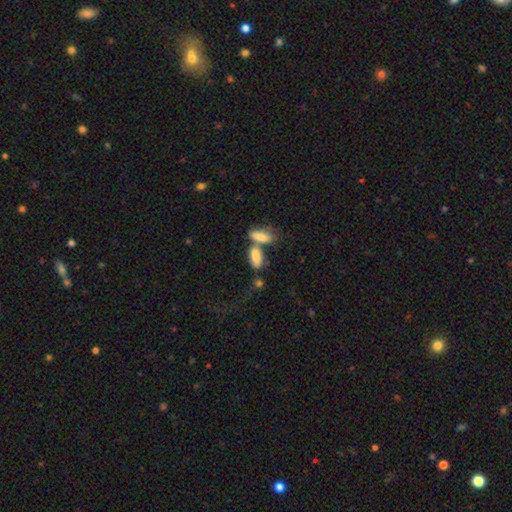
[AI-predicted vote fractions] smooth 80%, featured or disk 12%, star or artifact 7%. Down the decision tree: how rounded — in between (79%); merging — merger (49%).